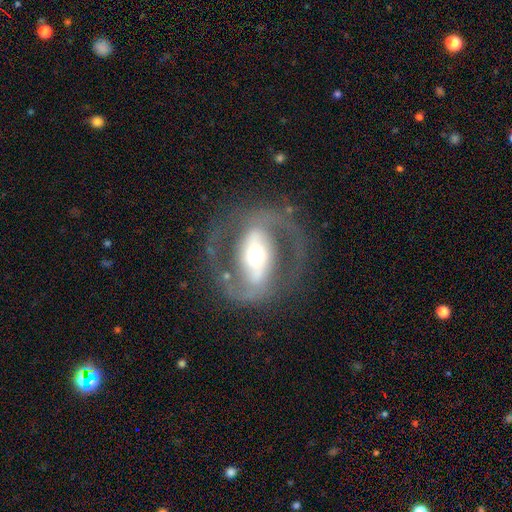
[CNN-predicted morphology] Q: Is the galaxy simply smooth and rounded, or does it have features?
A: featured or disk — 84%.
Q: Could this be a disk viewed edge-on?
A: no — 94%.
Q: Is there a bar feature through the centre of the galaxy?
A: strong — 63%.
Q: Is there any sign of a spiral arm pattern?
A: yes — 72%.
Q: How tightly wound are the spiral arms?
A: medium — 52%.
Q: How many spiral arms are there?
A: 2 — 89%.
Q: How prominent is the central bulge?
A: moderate — 61%.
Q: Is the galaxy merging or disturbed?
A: none — 75%.